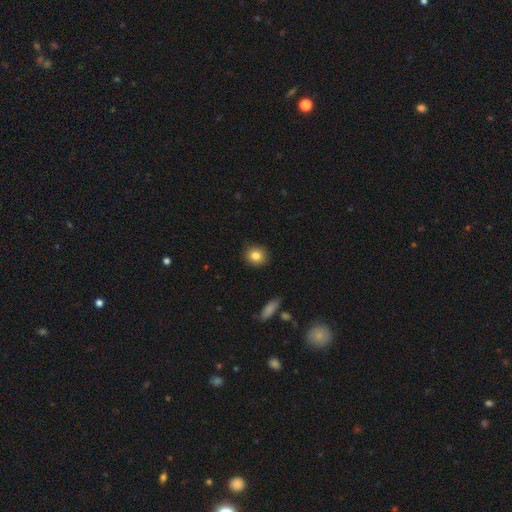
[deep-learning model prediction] Smooth or featured? smooth (83%)
How rounded? round (84%)
Merging? none (90%)